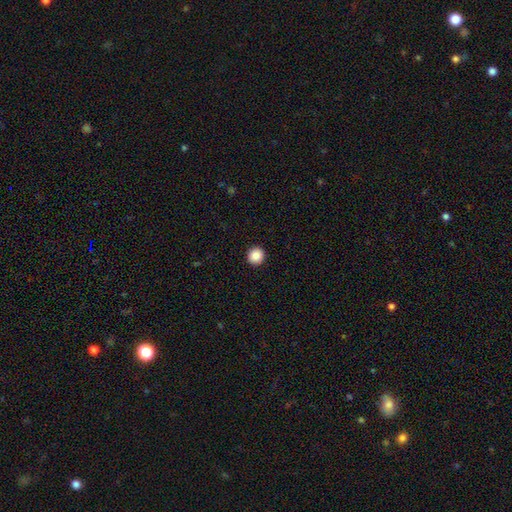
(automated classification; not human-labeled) smooth 87%, star or artifact 9%, featured or disk 4%. Down the decision tree: how rounded — round (92%); merging — none (93%).